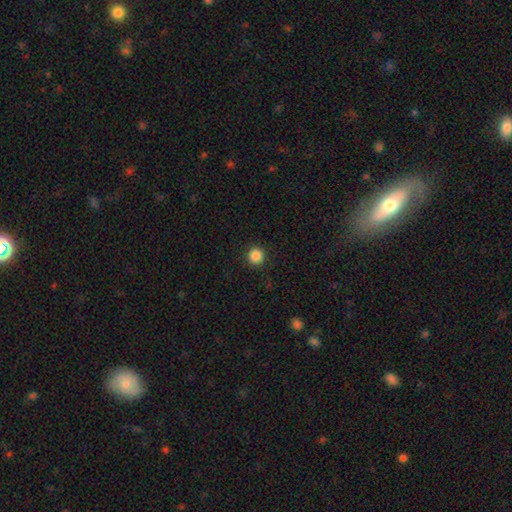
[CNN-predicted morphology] smooth_or_featured: smooth (p=0.87) [alt: star or artifact p=0.10]
how_rounded: round (p=0.95) [alt: in between p=0.04]
merging: none (p=0.92) [alt: minor disturbance p=0.05]